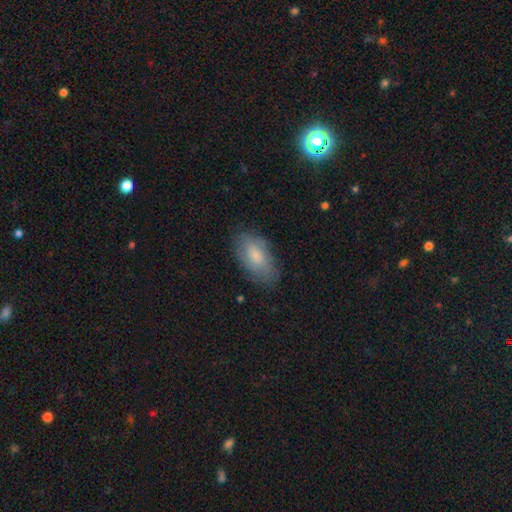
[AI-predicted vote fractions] A smooth galaxy with no disk features (72%) that is in between round and cigar-shaped (93%). Merging: none (74%).